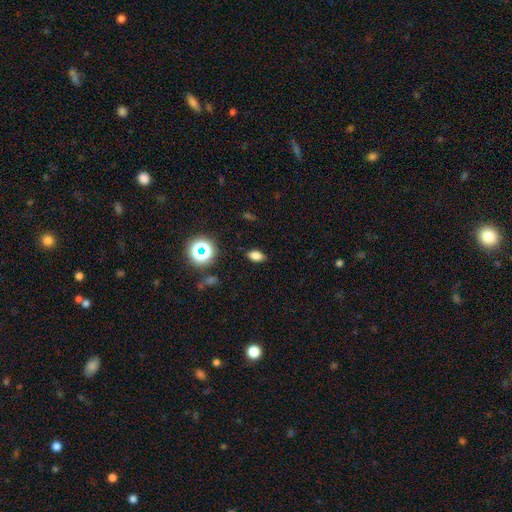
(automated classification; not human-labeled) Smooth or featured?
  - smooth: 77% *
  - star or artifact: 16%
  - featured or disk: 7%
How rounded?
  - in between: 85% *
  - round: 10%
  - cigar-shaped: 5%
Merging?
  - none: 87% *
  - minor disturbance: 9%
  - major disturbance: 3%
  - merger: 1%